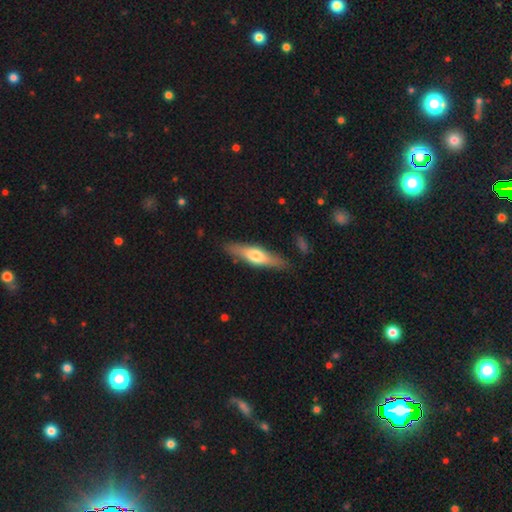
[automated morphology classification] Smooth or featured? smooth (50%)
Merging? none (85%)